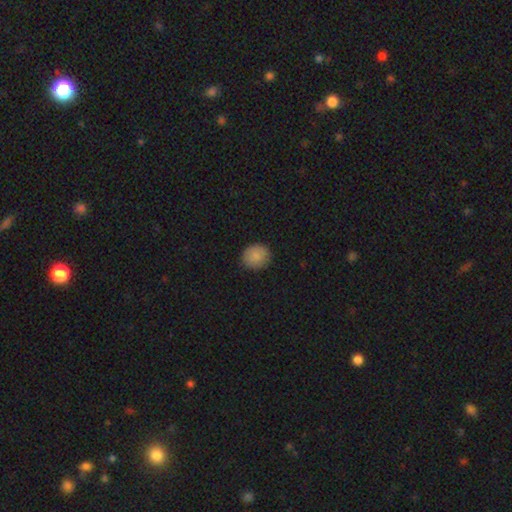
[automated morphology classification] This appears to be a smooth galaxy with no disk features (86%) that is round (81%). Merging: none (88%).